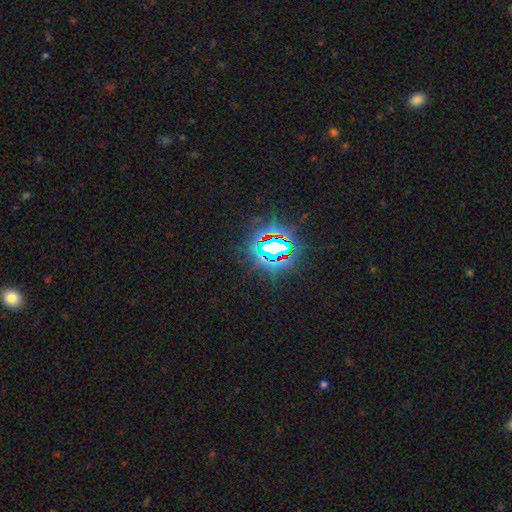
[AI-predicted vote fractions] This is clearly a star or artifact rather than a galaxy (82%).